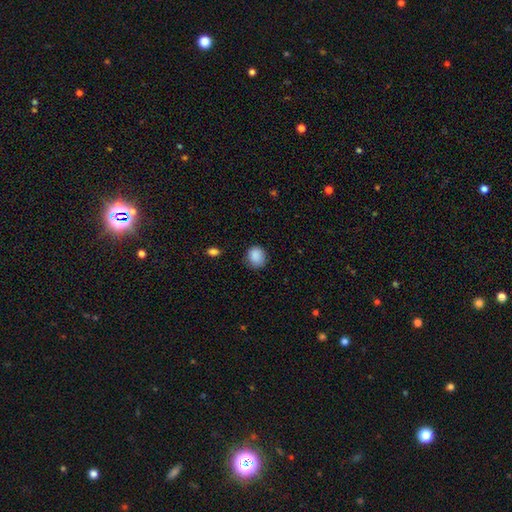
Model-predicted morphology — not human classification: Smooth or featured: smooth — 88% (star or artifact — 8%)
How rounded: round — 78% (in between — 21%)
Merging: none — 78% (minor disturbance — 17%)